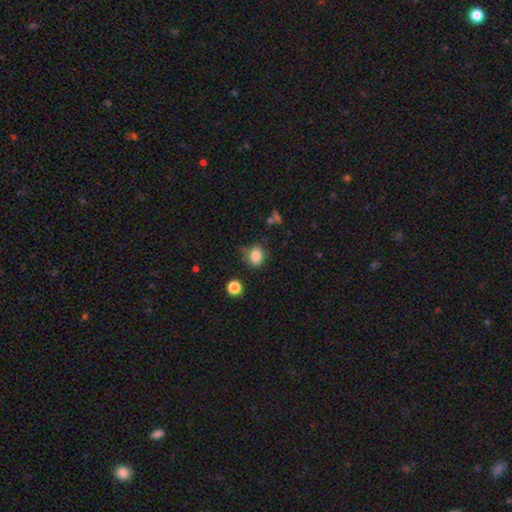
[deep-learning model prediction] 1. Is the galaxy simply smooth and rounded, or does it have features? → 83% smooth, 11% star or artifact, 6% featured or disk.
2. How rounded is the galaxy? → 66% round, 33% in between, 1% cigar-shaped.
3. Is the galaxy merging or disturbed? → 76% none, 16% minor disturbance, 4% major disturbance, 4% merger.